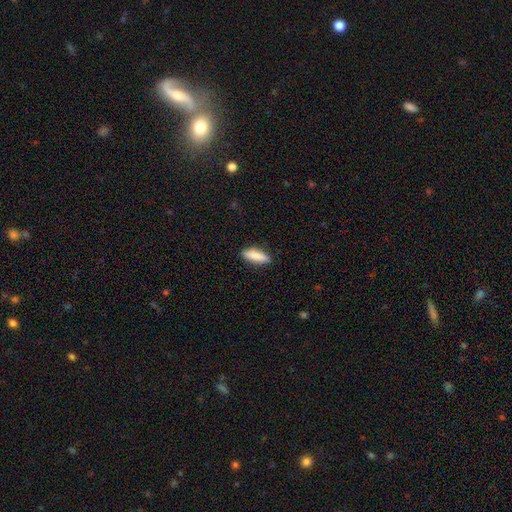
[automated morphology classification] smooth_or_featured: smooth (p=0.86) [alt: featured or disk p=0.08]
how_rounded: in between (p=0.52) [alt: cigar-shaped p=0.46]
merging: none (p=0.88) [alt: minor disturbance p=0.09]